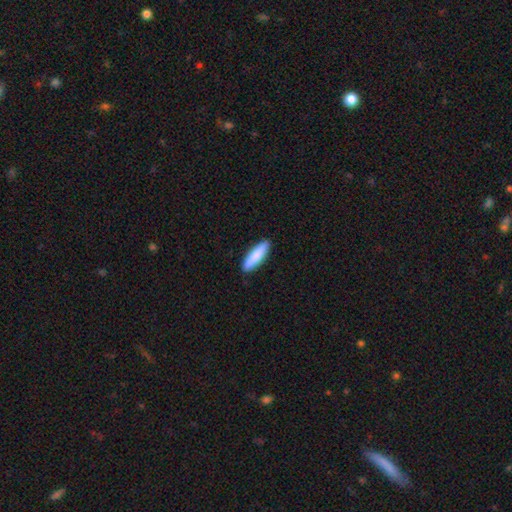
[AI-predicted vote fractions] Overall: smooth (82%). How rounded: cigar-shaped (68%; in between 30%). Merging: none (90%).